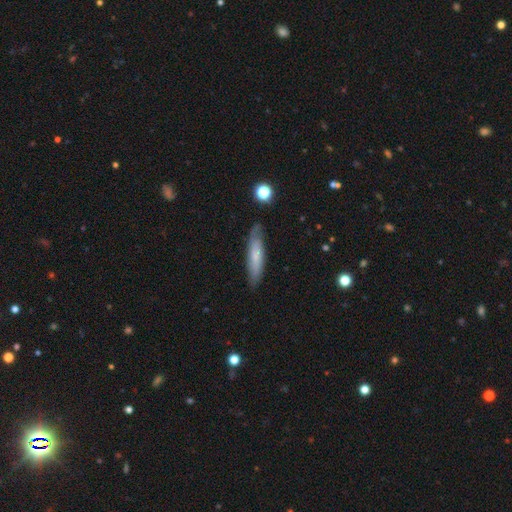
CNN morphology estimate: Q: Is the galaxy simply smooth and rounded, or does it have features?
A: smooth — 58%.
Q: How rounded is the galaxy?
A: cigar-shaped — 77%.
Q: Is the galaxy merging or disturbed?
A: none — 78%.